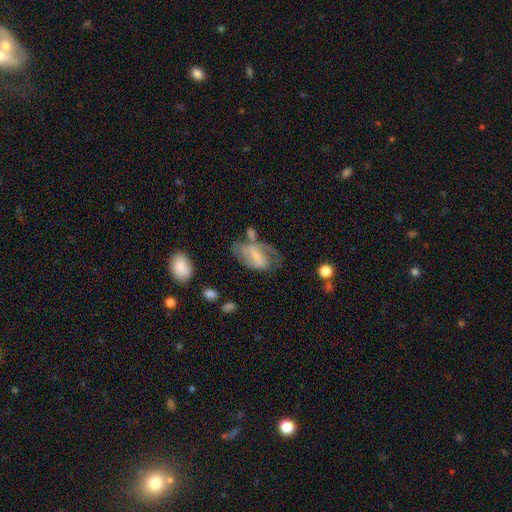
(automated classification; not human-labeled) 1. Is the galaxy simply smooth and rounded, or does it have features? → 72% featured or disk, 21% smooth, 6% star or artifact.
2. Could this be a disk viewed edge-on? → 96% no, 4% yes.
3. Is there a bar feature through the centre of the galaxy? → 47% weak, 26% strong, 26% no.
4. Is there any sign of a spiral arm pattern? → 86% yes, 14% no.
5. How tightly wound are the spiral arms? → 48% medium, 26% tight, 25% loose.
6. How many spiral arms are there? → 71% 2, 13% can't tell, 11% 1, 3% 3, 1% 4, 1% more than 4.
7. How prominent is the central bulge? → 61% small, 30% moderate, 6% none, 2% large, 1% dominant.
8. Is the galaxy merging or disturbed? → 47% none, 23% minor disturbance, 19% major disturbance, 11% merger.